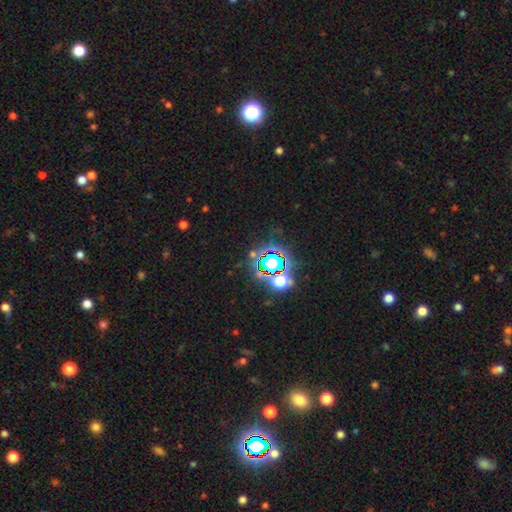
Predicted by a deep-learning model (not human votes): Smooth or featured: star or artifact — 74% (smooth — 16%)